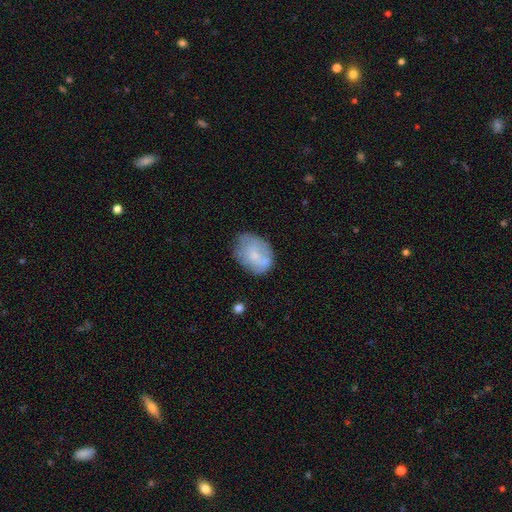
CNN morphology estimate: type=smooth (59%); roundness=in between (71%); merging=none (58%).